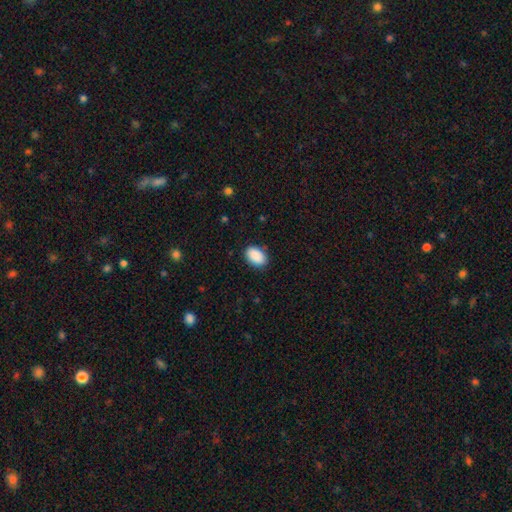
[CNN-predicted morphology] Q: Smooth or featured?
A: smooth (91%); runner-up: star or artifact (6%)
Q: How rounded?
A: in between (90%); runner-up: round (8%)
Q: Merging?
A: none (86%); runner-up: minor disturbance (10%)